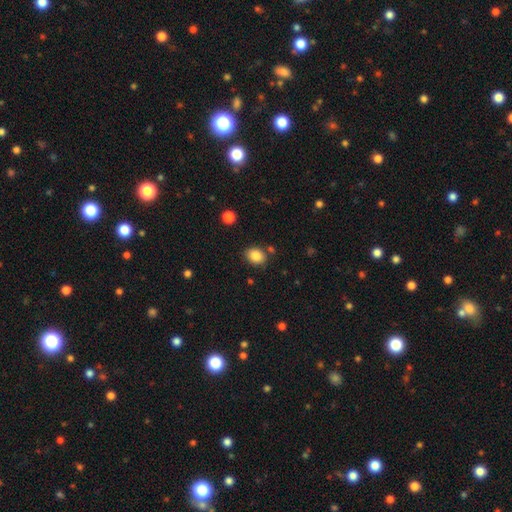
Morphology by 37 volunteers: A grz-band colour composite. It shows a smooth galaxy with no disk features (92%) that is round (53%). Merging: none (85%).